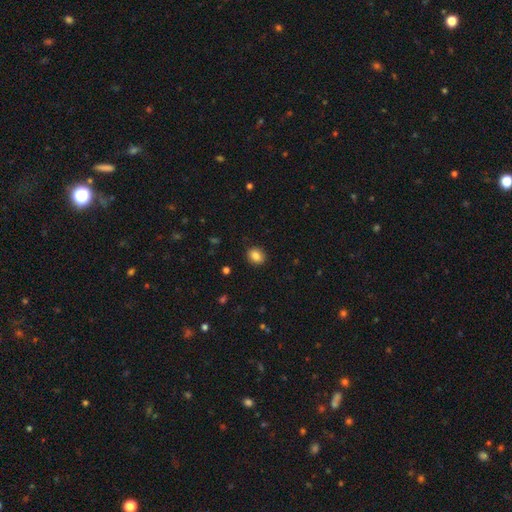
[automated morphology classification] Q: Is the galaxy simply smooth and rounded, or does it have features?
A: smooth — 86%.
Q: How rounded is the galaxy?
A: round — 56%.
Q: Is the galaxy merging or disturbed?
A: none — 90%.